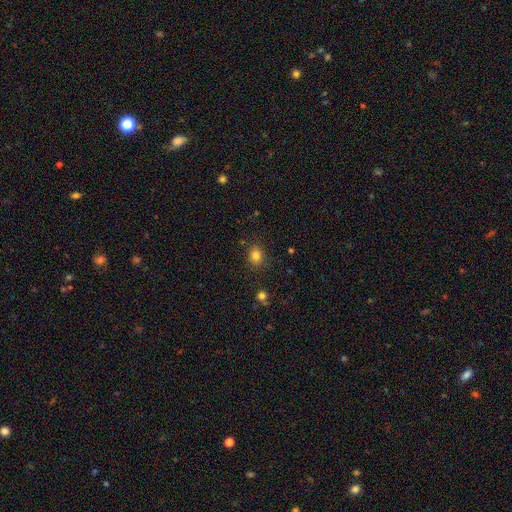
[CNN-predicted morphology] This is clearly a smooth galaxy (81%). How rounded: possibly round (59%). Merging: clearly none (84%).